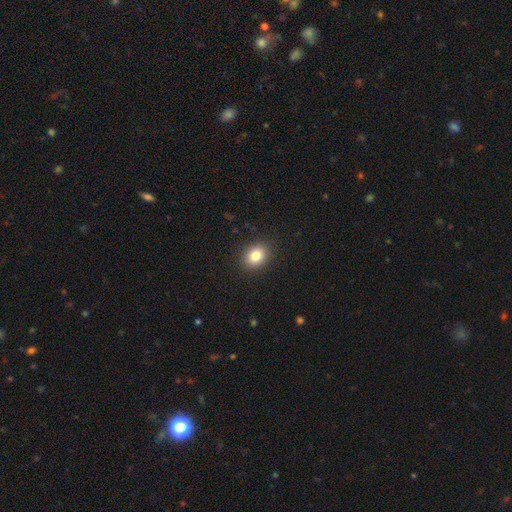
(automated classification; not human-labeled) A smooth galaxy with no disk features (83%) that is round (52%). Merging: none (89%).